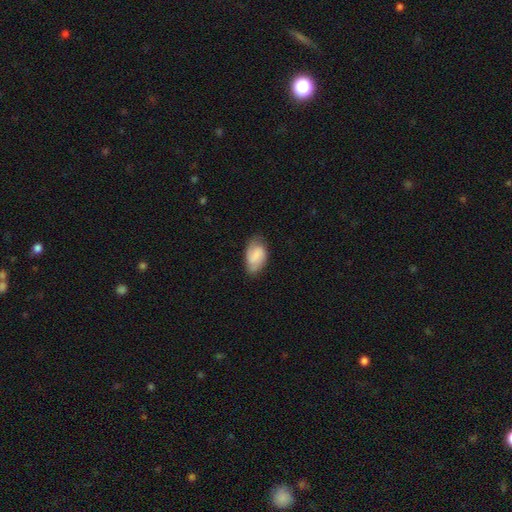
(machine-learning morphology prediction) type=smooth (62%); roundness=in between (92%); merging=none (67%).